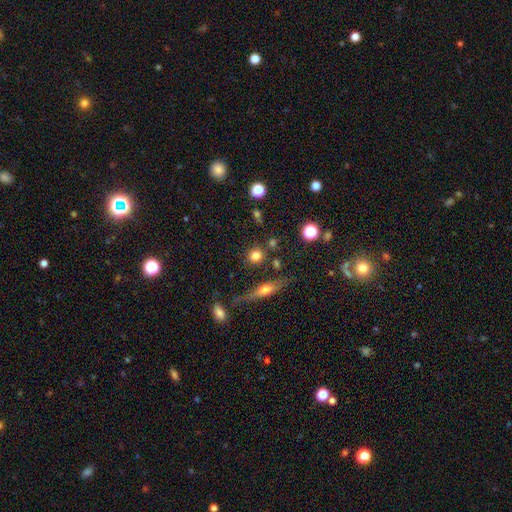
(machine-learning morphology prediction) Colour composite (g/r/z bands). It shows a smooth galaxy with no disk features (79%) that is round (87%). Merging: none (81%).